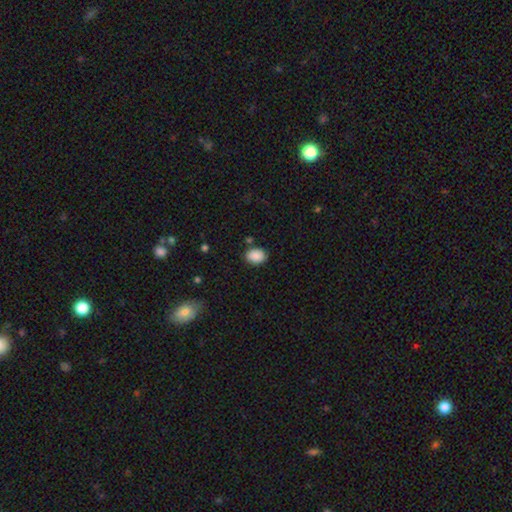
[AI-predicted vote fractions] Smooth or featured: smooth — 89% (star or artifact — 7%)
How rounded: in between — 69% (round — 30%)
Merging: none — 81% (minor disturbance — 12%)